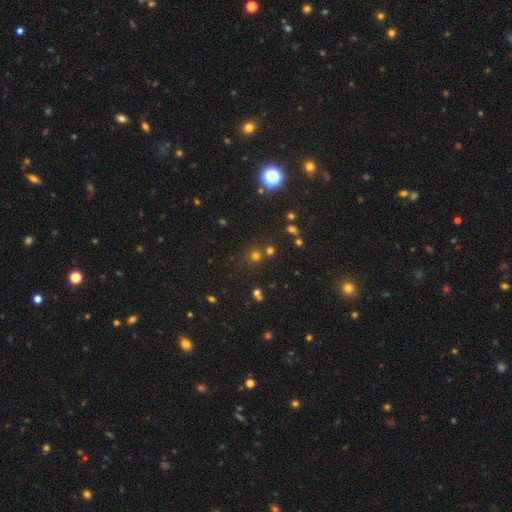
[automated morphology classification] Smooth or featured?
  - smooth: 57% *
  - star or artifact: 36%
  - featured or disk: 7%
How rounded?
  - round: 89% *
  - in between: 10%
  - cigar-shaped: 1%
Merging?
  - none: 74% *
  - merger: 15%
  - minor disturbance: 8%
  - major disturbance: 4%